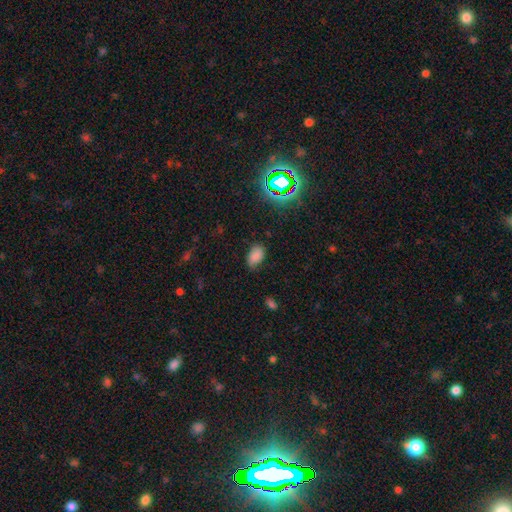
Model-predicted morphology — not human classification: smooth-or-featured: smooth: 76% | star or artifact: 15% | featured or disk: 10%
  how-rounded: in between: 89% | round: 9% | cigar-shaped: 1%
  merging: none: 67% | minor disturbance: 25% | major disturbance: 6% | merger: 2%